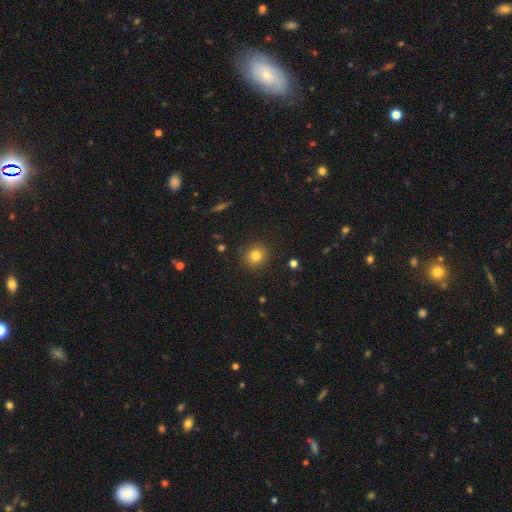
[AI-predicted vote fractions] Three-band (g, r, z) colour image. It shows a smooth galaxy with no disk features (82%) that is round (91%). Merging: none (90%).